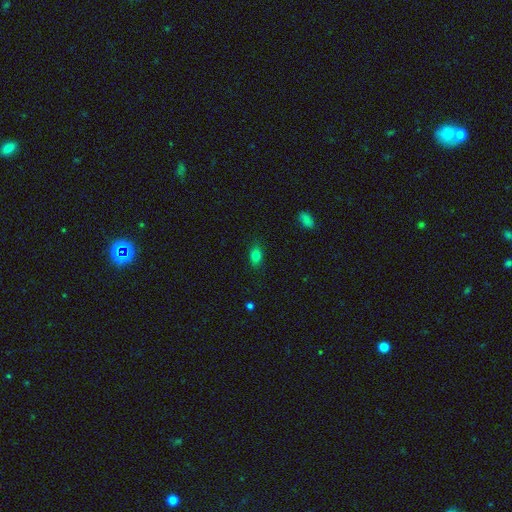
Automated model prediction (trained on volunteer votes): Q: Smooth or featured?
A: smooth (81%); runner-up: star or artifact (12%)
Q: How rounded?
A: in between (78%); runner-up: round (20%)
Q: Merging?
A: none (83%); runner-up: minor disturbance (13%)